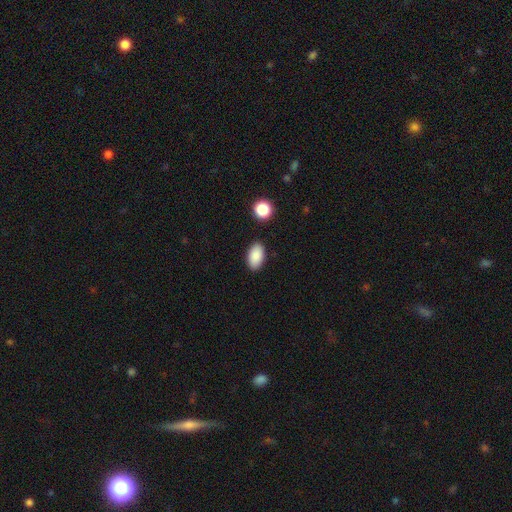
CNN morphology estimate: A smooth galaxy with no disk features (88%) that is in between round and cigar-shaped (93%). Merging: none (87%).